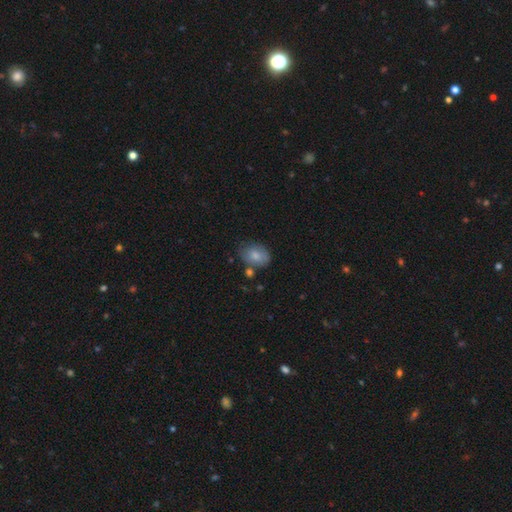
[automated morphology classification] This is likely a smooth galaxy (79%). How rounded: likely in between (73%). Merging: likely none (61%).